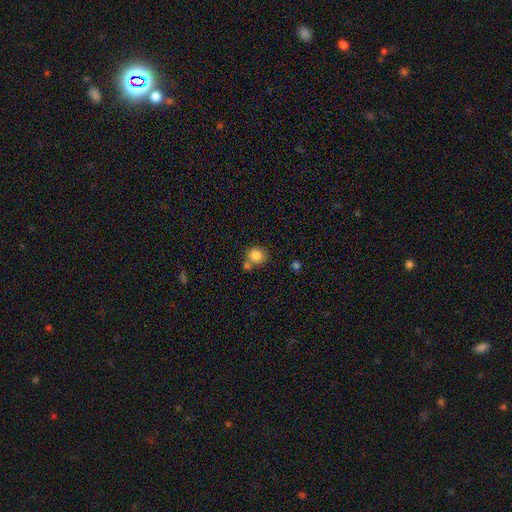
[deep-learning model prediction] A smooth galaxy with no disk features (85%) that is round (83%). Merging: none (57%).